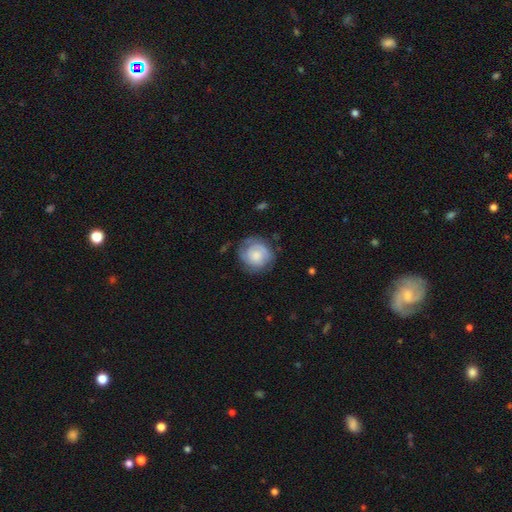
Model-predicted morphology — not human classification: Overall: smooth (52%; featured or disk 41%). How rounded: round (86%). Merging: none (69%).